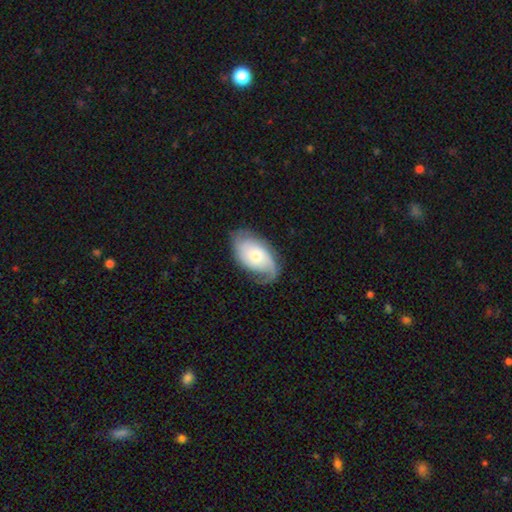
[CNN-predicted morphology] Q: Smooth or featured?
A: featured or disk (71%); runner-up: smooth (23%)
Q: Edge-on disk?
A: no (95%); runner-up: yes (5%)
Q: Bar?
A: no (73%); runner-up: weak (23%)
Q: Spiral arms?
A: yes (93%); runner-up: no (7%)
Q: Spiral winding?
A: medium (41%); runner-up: tight (31%)
Q: Spiral arm count?
A: 2 (59%); runner-up: can't tell (16%)
Q: Bulge size?
A: moderate (47%); runner-up: small (44%)
Q: Merging?
A: none (69%); runner-up: minor disturbance (20%)